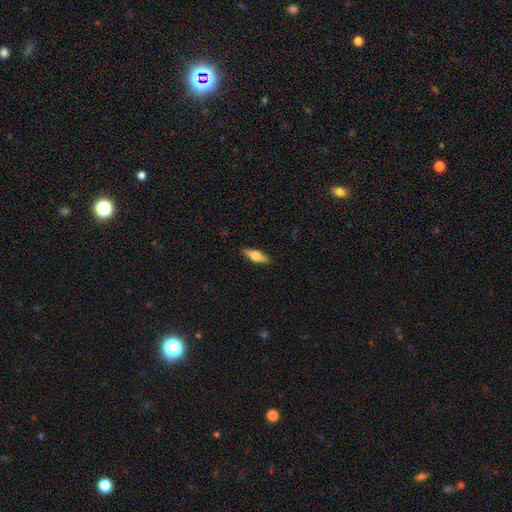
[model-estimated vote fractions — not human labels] smooth_or_featured: smooth (p=0.49) [alt: featured or disk p=0.45]
merging: none (p=0.89) [alt: minor disturbance p=0.08]